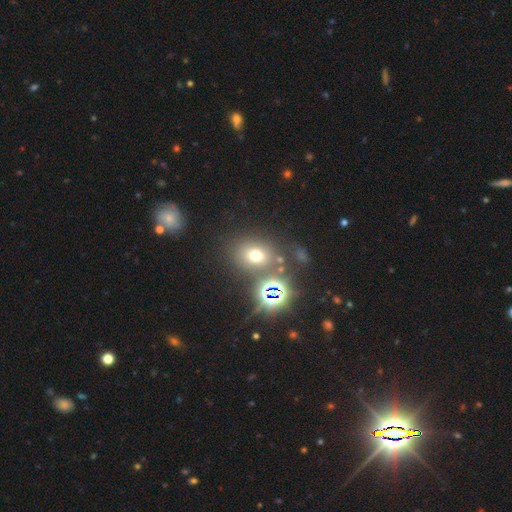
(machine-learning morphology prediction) Smooth or featured? smooth (59%)
How rounded? round (56%)
Merging? none (72%)